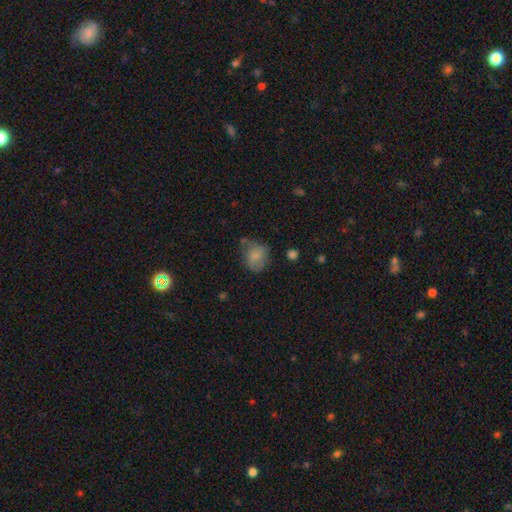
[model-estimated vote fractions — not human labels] Smooth or featured? smooth (75%)
How rounded? round (57%)
Merging? none (50%)